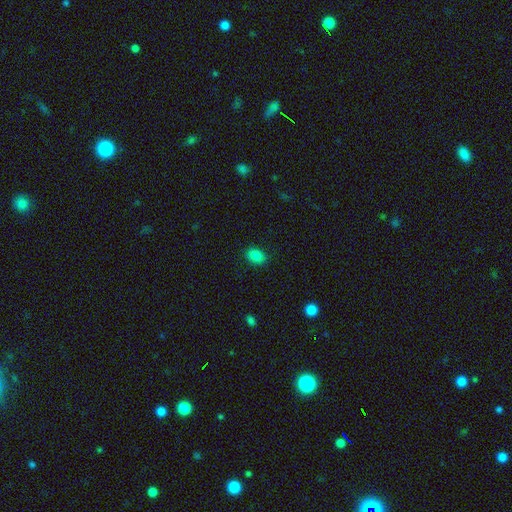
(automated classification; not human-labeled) A smooth galaxy with no disk features (85%) that is in between round and cigar-shaped (77%).

Vote fractions:
- Smooth or featured? smooth: 85% / star or artifact: 10% / featured or disk: 5%
- How rounded? in between: 77% / round: 22% / cigar-shaped: 1%
- Merging? none: 88% / minor disturbance: 9% / major disturbance: 2% / merger: 1%